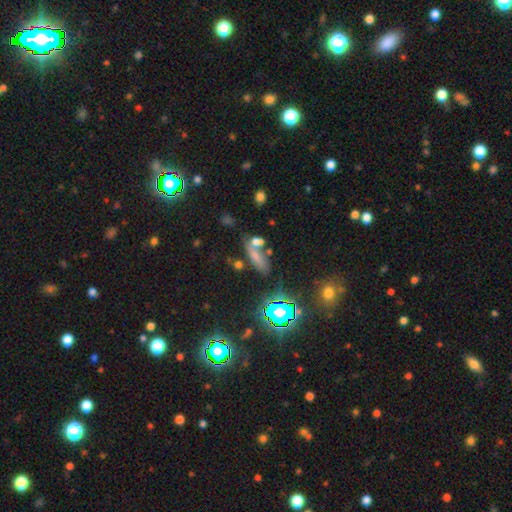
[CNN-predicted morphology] smooth_or_featured: smooth (p=0.61) [alt: star or artifact p=0.23]
how_rounded: in between (p=0.47) [alt: cigar-shaped p=0.43]
merging: none (p=0.48) [alt: merger p=0.31]